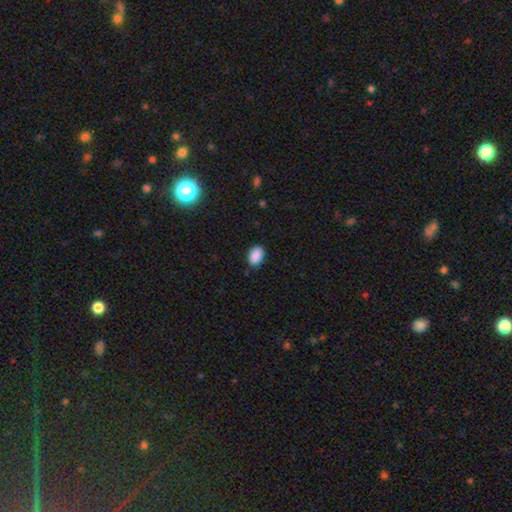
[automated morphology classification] Smooth or featured? smooth (89%)
How rounded? in between (89%)
Merging? none (84%)